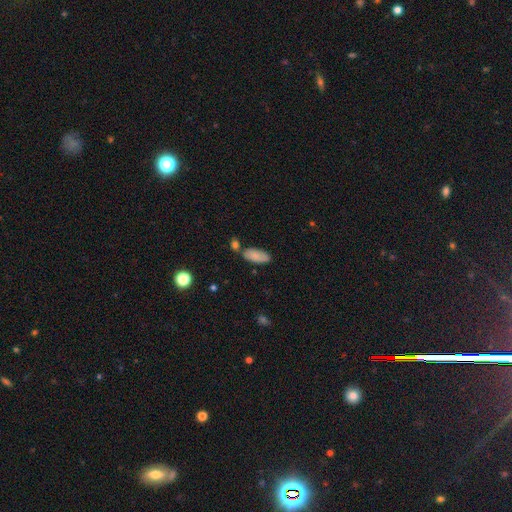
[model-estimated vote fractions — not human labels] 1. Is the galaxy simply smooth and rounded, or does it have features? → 85% smooth, 8% featured or disk, 7% star or artifact.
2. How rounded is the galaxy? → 87% in between, 11% cigar-shaped, 2% round.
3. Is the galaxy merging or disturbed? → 69% none, 16% minor disturbance, 11% merger, 4% major disturbance.